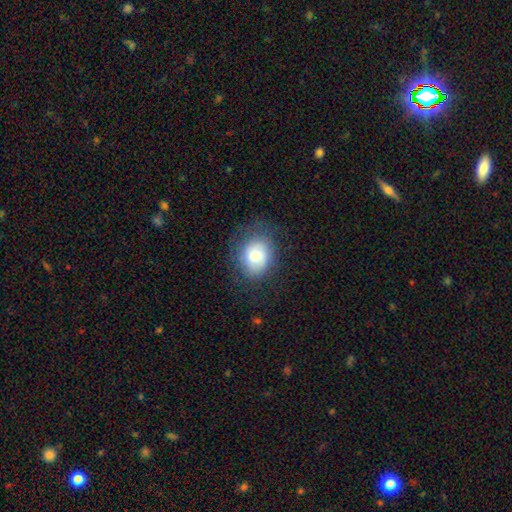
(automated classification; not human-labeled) Smooth or featured? Predicted: smooth (p=0.75). How rounded? Predicted: in between (p=0.51). Merging? Predicted: none (p=0.70).